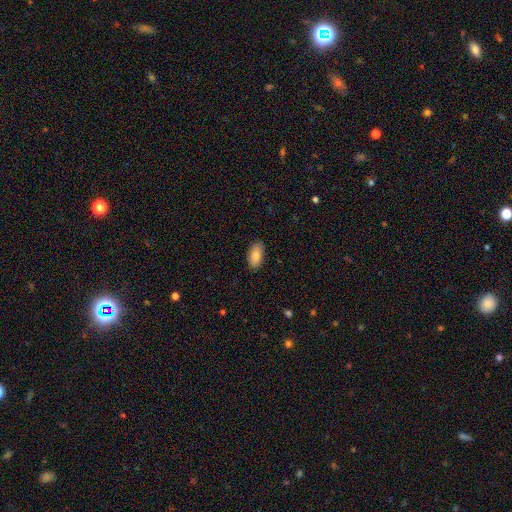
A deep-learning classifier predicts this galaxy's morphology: smooth 86%, featured or disk 8%, star or artifact 7%. Down the decision tree: how rounded — in between (93%); merging — none (87%).